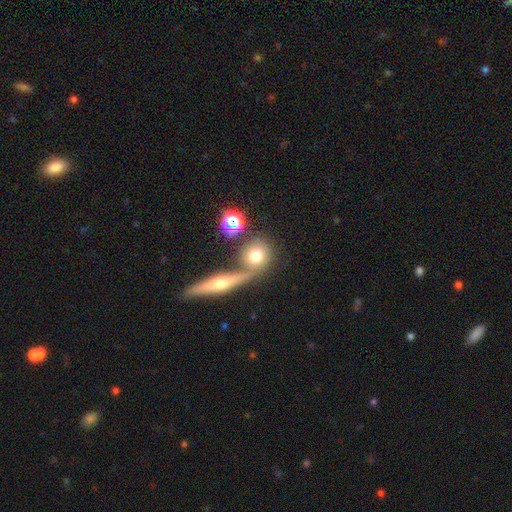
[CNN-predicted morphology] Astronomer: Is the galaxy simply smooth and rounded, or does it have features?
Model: smooth — 70%.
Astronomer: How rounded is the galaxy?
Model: round — 80%.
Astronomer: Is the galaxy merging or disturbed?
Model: none — 62%.